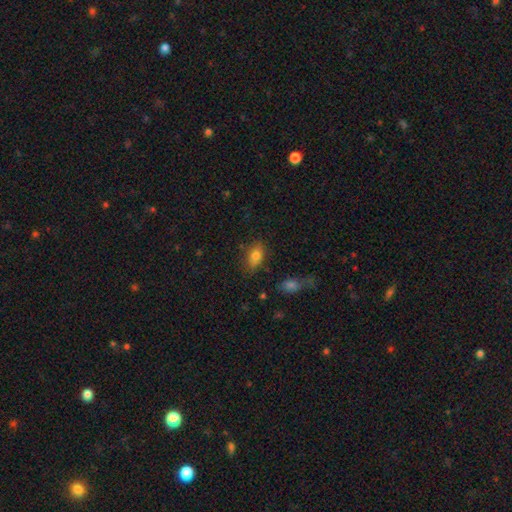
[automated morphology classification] Smooth or featured? smooth (77%)
How rounded? in between (84%)
Merging? none (76%)